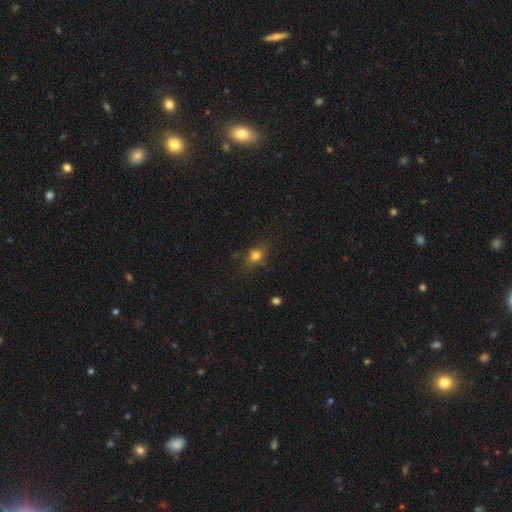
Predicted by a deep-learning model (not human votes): The model was most divided on "how rounded": round: 54%, in between: 42%, cigar-shaped: 4%. More confident: smooth or featured — smooth (74%); merging — none (74%).